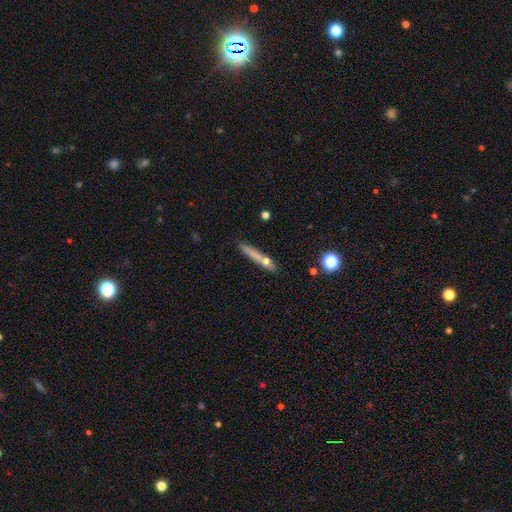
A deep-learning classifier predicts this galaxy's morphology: Overall: smooth (61%; featured or disk 29%). How rounded: cigar-shaped (91%). Merging: none (73%).